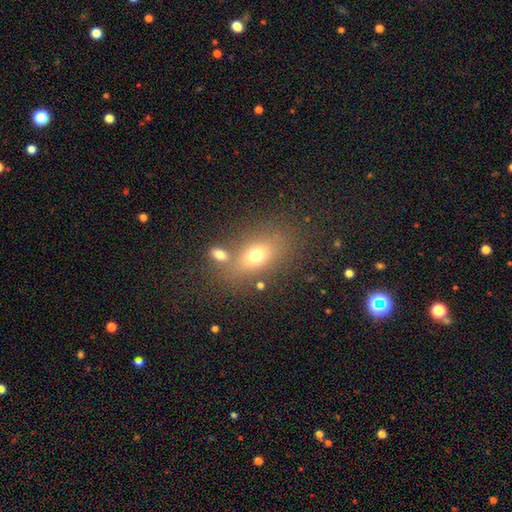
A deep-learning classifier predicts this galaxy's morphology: smooth-or-featured: smooth: 68% | featured or disk: 17% | star or artifact: 15%
  how-rounded: in between: 76% | round: 19% | cigar-shaped: 5%
  merging: none: 63% | merger: 19% | minor disturbance: 12% | major disturbance: 6%